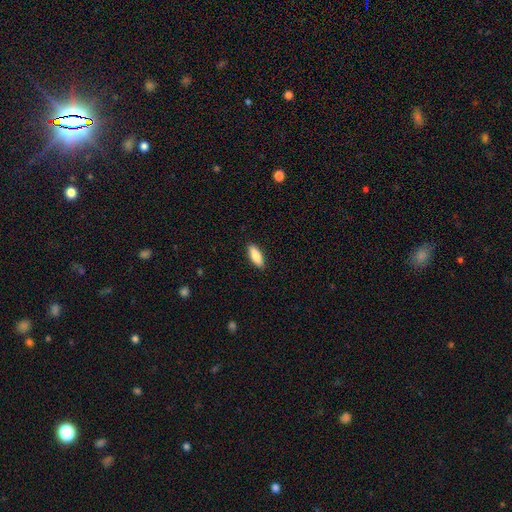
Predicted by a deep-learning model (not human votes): smooth 84%, featured or disk 10%, star or artifact 6%. Down the decision tree: how rounded — in between (70%); merging — none (89%).